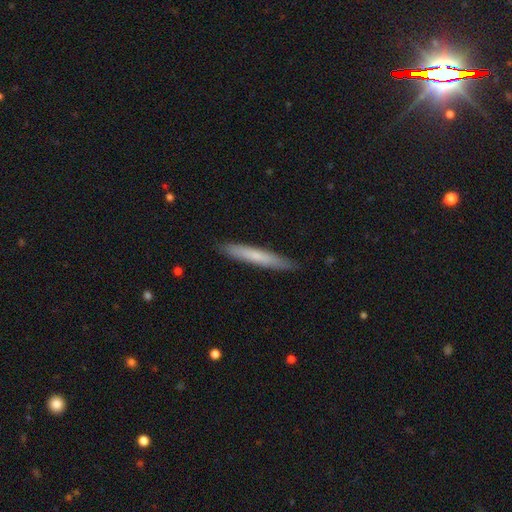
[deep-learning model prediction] Smooth or featured? smooth (66%)
How rounded? cigar-shaped (95%)
Merging? none (88%)